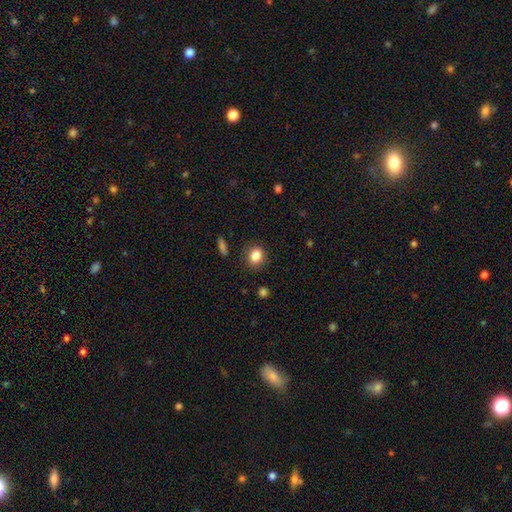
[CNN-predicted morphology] Smooth or featured? smooth (85%)
How rounded? round (60%)
Merging? none (86%)